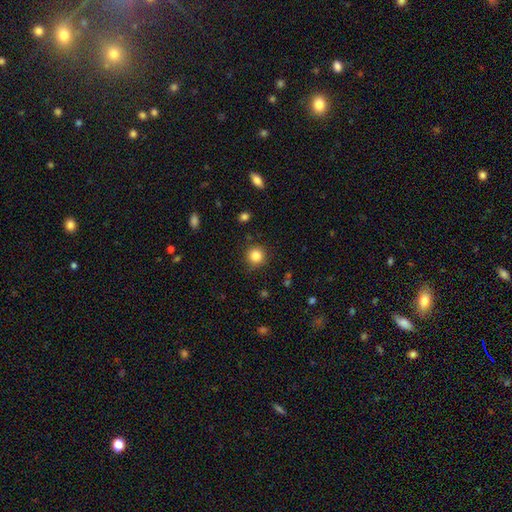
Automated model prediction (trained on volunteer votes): Smooth or featured: smooth — 84% (star or artifact — 11%)
How rounded: round — 94% (in between — 5%)
Merging: none — 88% (minor disturbance — 8%)